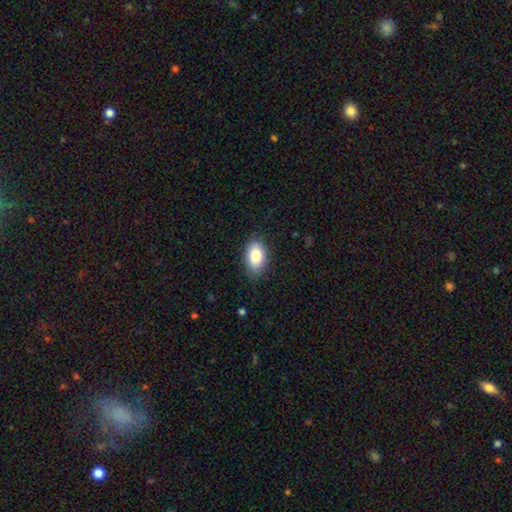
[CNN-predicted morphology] smooth_or_featured: smooth (p=0.85) [alt: featured or disk p=0.08]
how_rounded: in between (p=0.92) [alt: round p=0.06]
merging: none (p=0.81) [alt: minor disturbance p=0.15]